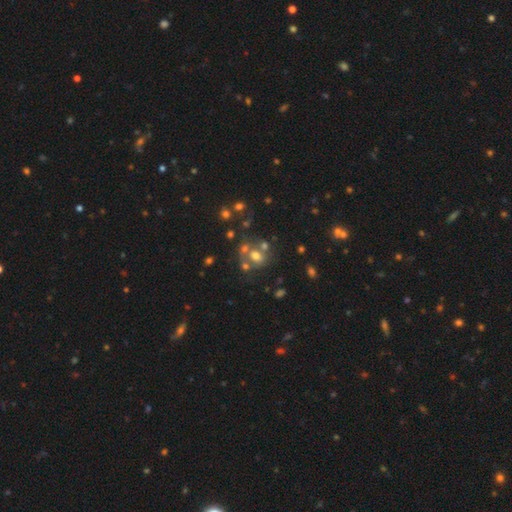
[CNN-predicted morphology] type=smooth (55%); roundness=round (59%); merging=none (45%).